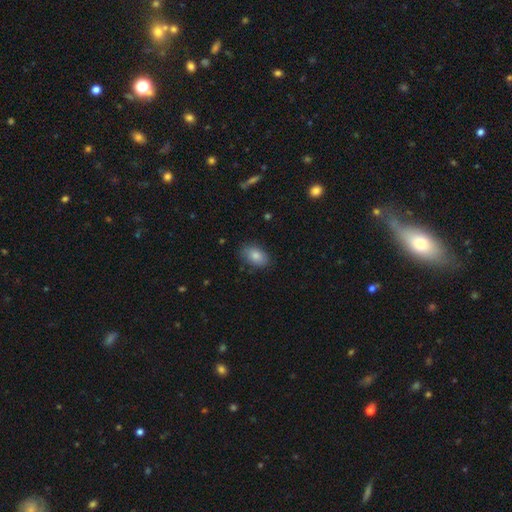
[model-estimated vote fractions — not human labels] smooth-or-featured: smooth: 84% | featured or disk: 9% | star or artifact: 8%
  how-rounded: in between: 89% | round: 10% | cigar-shaped: 2%
  merging: none: 81% | minor disturbance: 15% | major disturbance: 3% | merger: 1%